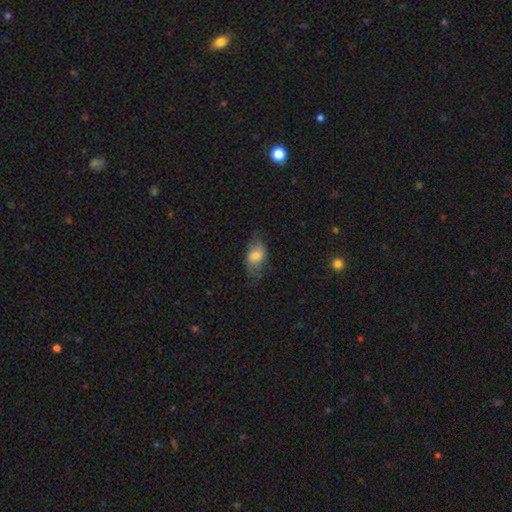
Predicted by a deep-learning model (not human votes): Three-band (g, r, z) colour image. It shows a smooth galaxy with no disk features (74%) that is in between round and cigar-shaped (87%). Merging: none (59%).